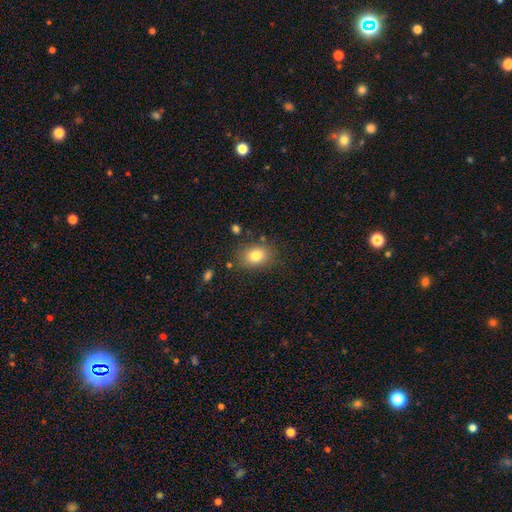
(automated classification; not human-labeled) Smooth or featured? Predicted: smooth (p=0.80). How rounded? Predicted: in between (p=0.62). Merging? Predicted: none (p=0.80).